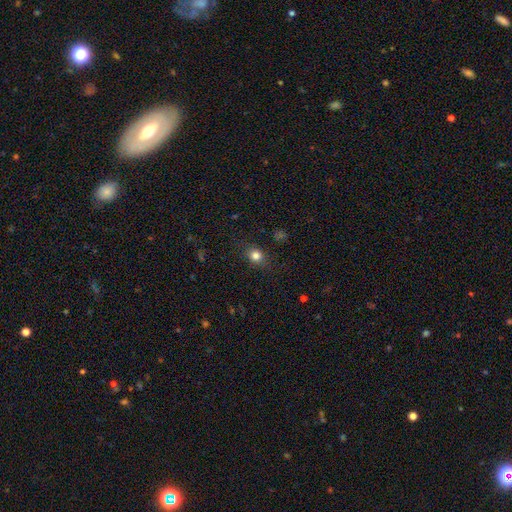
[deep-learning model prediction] The model was most divided on "how rounded": round: 69%, in between: 30%, cigar-shaped: 1%. More confident: merging — none (84%); smooth or featured — smooth (80%).